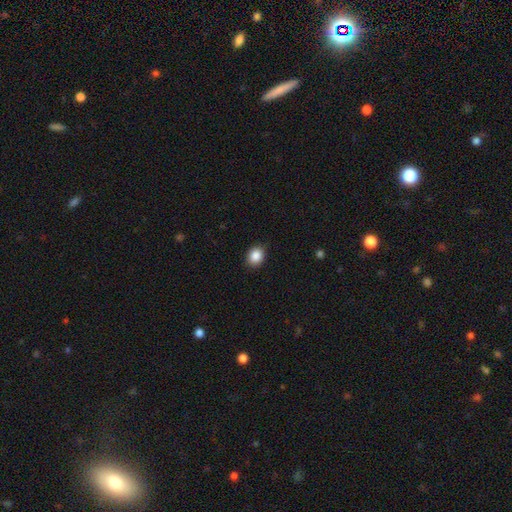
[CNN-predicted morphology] The model was most divided on "how rounded": round: 52%, in between: 48%, cigar-shaped: 1%. More confident: smooth or featured — smooth (87%); merging — none (86%).